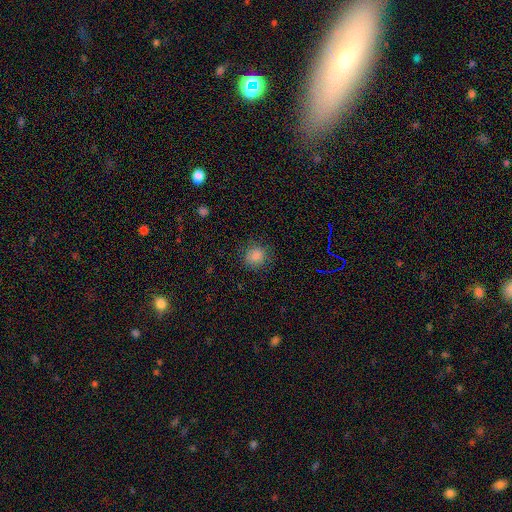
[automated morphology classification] Smooth or featured?
  - smooth: 85% *
  - star or artifact: 12%
  - featured or disk: 4%
How rounded?
  - round: 82% *
  - in between: 17%
  - cigar-shaped: 1%
Merging?
  - none: 84% *
  - minor disturbance: 11%
  - major disturbance: 4%
  - merger: 1%